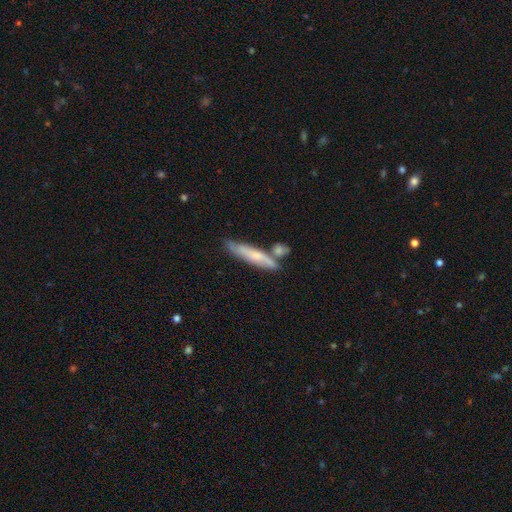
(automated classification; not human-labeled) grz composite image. It shows a smooth galaxy with no disk features (52%) that is cigar-shaped (86%). Merging: none (54%).